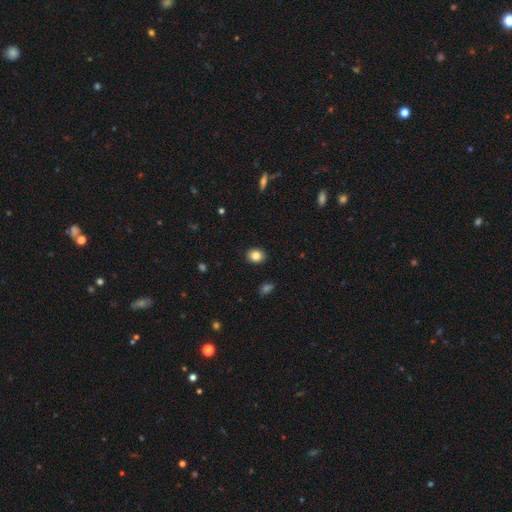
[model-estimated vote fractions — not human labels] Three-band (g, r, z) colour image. It shows a smooth galaxy with no disk features (84%) that is round (58%). Merging: none (90%).